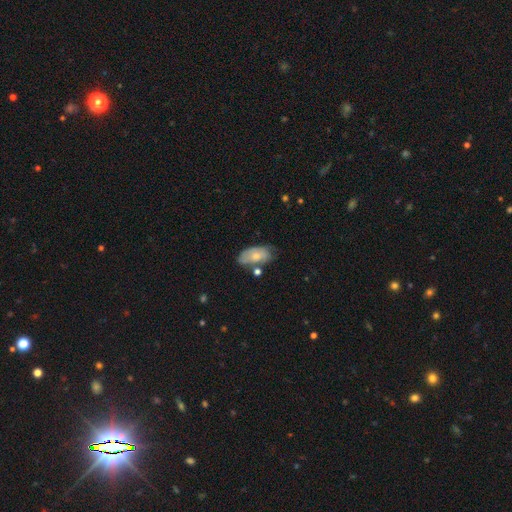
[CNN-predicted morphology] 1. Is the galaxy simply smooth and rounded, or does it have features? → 65% smooth, 29% featured or disk, 6% star or artifact.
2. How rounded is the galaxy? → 92% in between, 4% round, 4% cigar-shaped.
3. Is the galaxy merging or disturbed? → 50% none, 30% minor disturbance, 11% merger, 9% major disturbance.